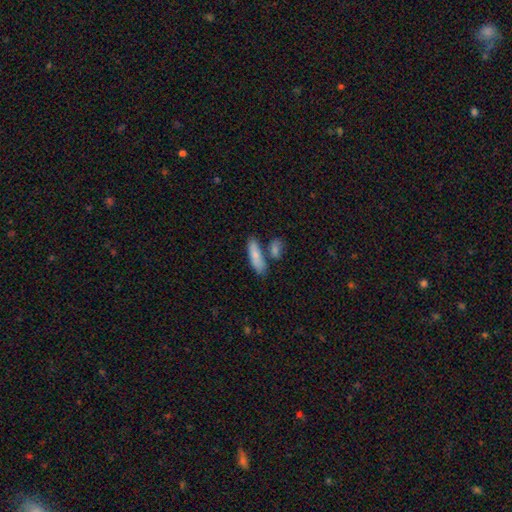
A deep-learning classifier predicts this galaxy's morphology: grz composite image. It shows a smooth galaxy with no disk features (81%) that is cigar-shaped (51%). Merging: none (59%).